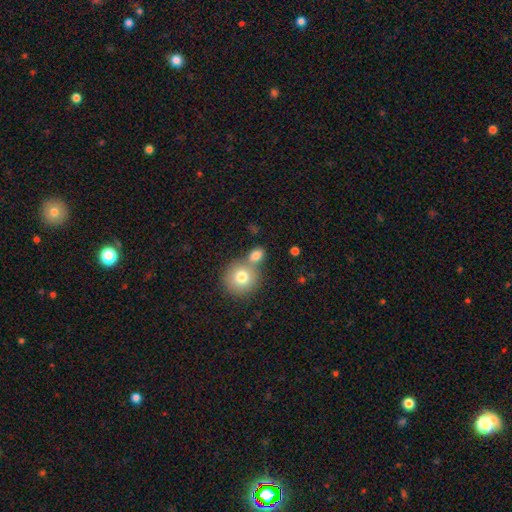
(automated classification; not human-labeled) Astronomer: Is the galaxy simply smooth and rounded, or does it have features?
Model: smooth — 80%.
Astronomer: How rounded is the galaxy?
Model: round — 55% (runner-up: in between, 43%).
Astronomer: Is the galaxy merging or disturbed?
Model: none — 45% (runner-up: merger, 43%).